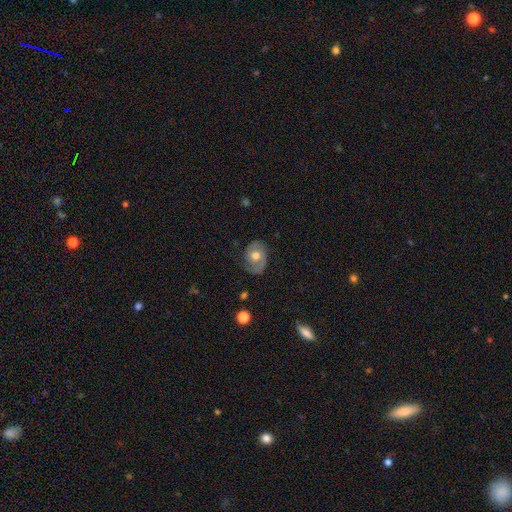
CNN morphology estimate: Smooth or featured? featured or disk (51%)
Edge-on disk? no (95%)
Merging? none (68%)